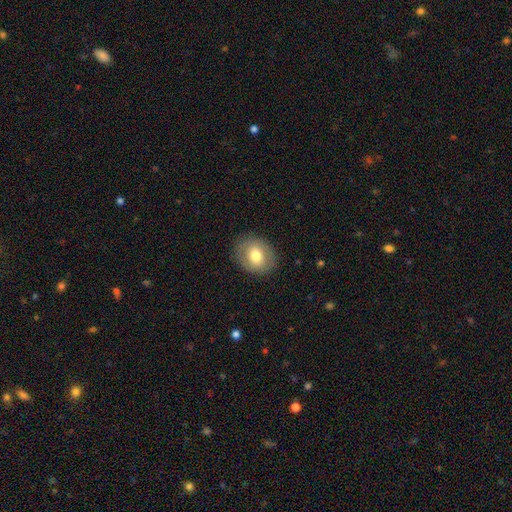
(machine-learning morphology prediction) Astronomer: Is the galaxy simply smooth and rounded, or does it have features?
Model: smooth — 71%.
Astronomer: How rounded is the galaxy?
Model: round — 58% (runner-up: in between, 41%).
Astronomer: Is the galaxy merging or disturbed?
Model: none — 86%.